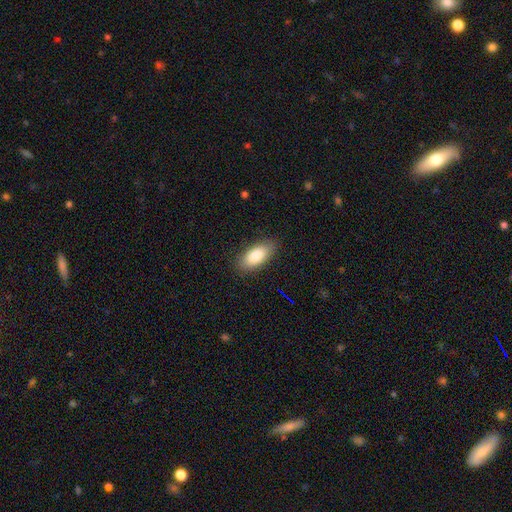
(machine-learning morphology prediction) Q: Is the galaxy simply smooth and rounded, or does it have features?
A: smooth — 85%.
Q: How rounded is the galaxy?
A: in between — 88%.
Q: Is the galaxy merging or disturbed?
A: none — 86%.